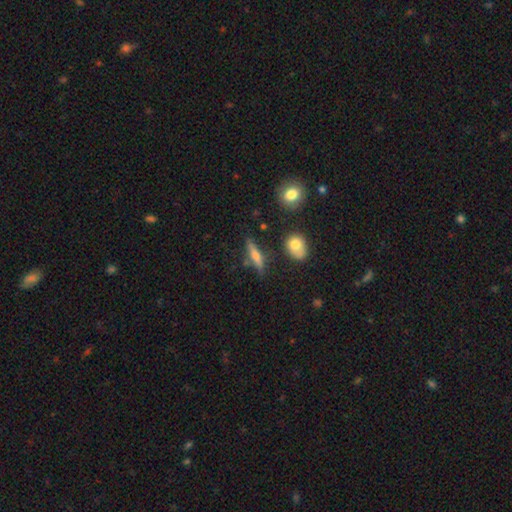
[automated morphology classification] A featured or disk galaxy (46%). Merging: none (75%).